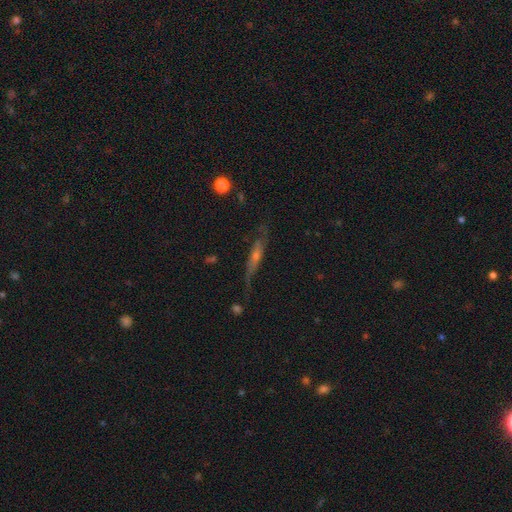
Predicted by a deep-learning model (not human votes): A featured or disk galaxy (63%) viewed edge-on (72%). Merging: none (64%).